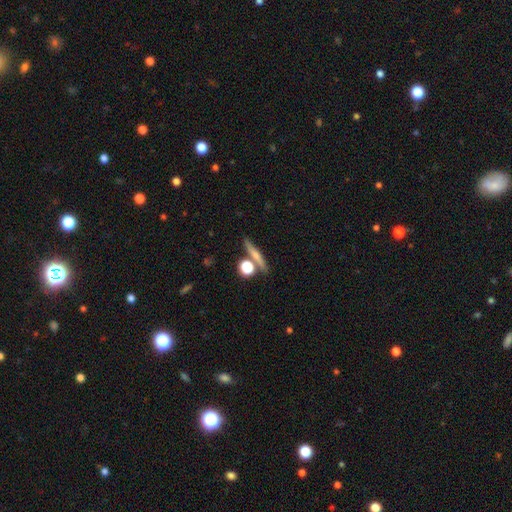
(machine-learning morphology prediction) A smooth galaxy with no disk features (55%) that is cigar-shaped (66%). Merging: none (71%).